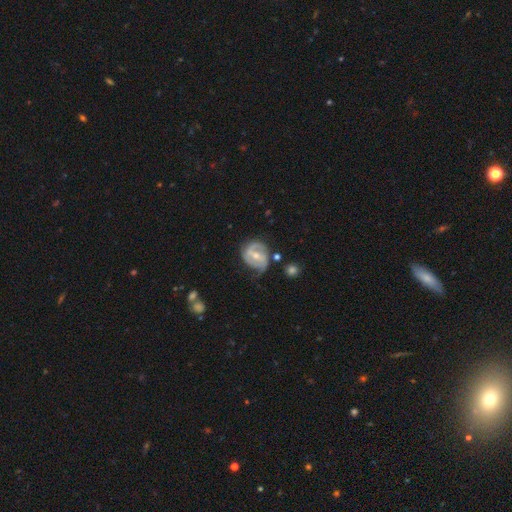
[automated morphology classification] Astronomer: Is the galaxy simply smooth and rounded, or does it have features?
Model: featured or disk — 74%.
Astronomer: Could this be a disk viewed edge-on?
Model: no — 97%.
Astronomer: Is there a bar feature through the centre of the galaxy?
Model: weak — 45% (runner-up: strong, 30%).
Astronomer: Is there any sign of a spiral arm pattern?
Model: yes — 81%.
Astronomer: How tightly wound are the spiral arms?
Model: medium — 41% (runner-up: tight, 38%).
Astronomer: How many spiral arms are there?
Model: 2 — 64%.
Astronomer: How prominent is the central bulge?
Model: moderate — 56% (runner-up: small, 41%).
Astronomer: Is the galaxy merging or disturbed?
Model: none — 51% (runner-up: minor disturbance, 30%).